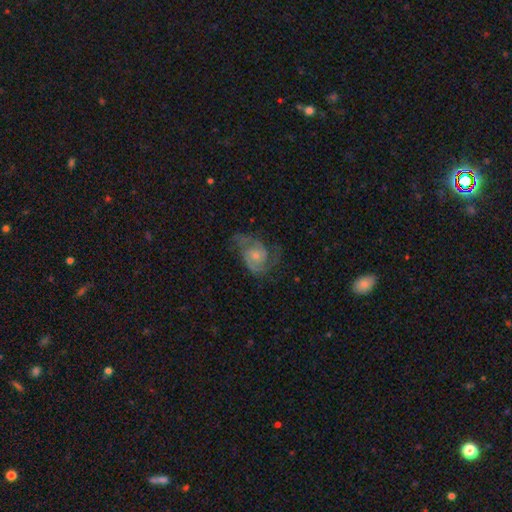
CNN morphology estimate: featured or disk 82%, smooth 11%, star or artifact 7%. Down the decision tree: edge-on disk — no (97%); bar — no (70%); spiral arms — yes (95%); spiral arm count — 2 (74%); spiral winding — medium (51%); bulge size — small (57%); merging — none (60%).